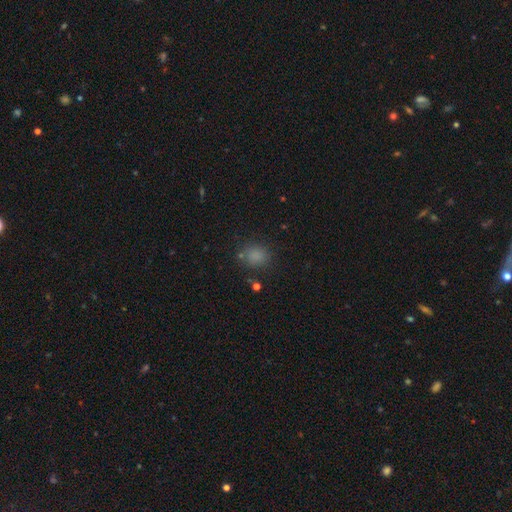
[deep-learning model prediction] smooth_or_featured: smooth (p=0.81) [alt: star or artifact p=0.15]
how_rounded: round (p=0.67) [alt: in between p=0.32]
merging: none (p=0.79) [alt: minor disturbance p=0.13]